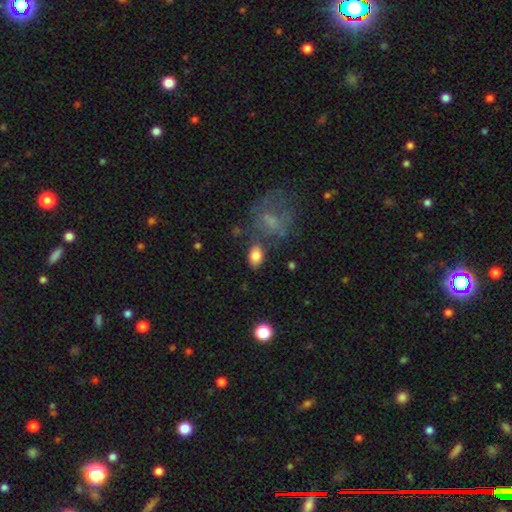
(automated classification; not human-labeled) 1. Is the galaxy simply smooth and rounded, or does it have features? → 84% smooth, 9% star or artifact, 8% featured or disk.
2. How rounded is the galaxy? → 83% in between, 16% round, 2% cigar-shaped.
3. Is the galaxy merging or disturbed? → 70% none, 15% minor disturbance, 9% merger, 6% major disturbance.